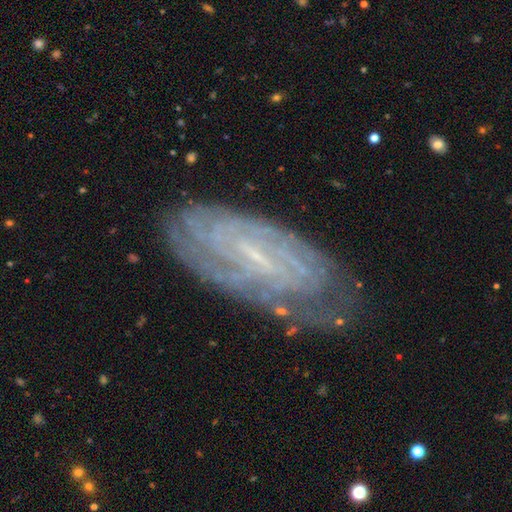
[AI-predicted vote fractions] The model was most divided on "bar": weak: 47%, no: 32%, strong: 22%. More confident: edge-on disk — no (91%); spiral arms — yes (91%); smooth or featured — featured or disk (78%); merging — none (72%); spiral winding — tight (72%); bulge size — small (70%); spiral arm count — can't tell (50%).